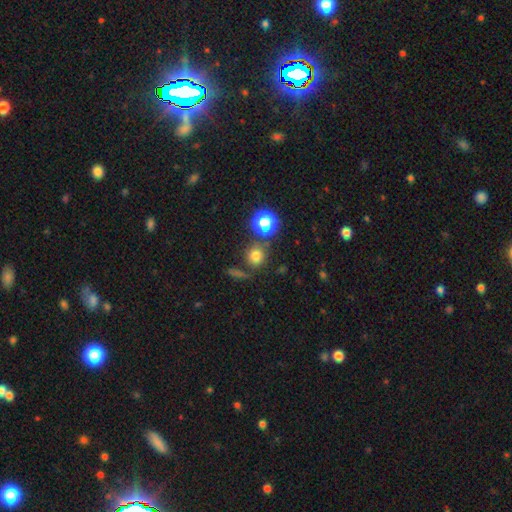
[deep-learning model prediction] smooth-or-featured: smooth: 73% | star or artifact: 19% | featured or disk: 8%
  how-rounded: round: 87% | in between: 12% | cigar-shaped: 1%
  merging: none: 77% | minor disturbance: 10% | merger: 9% | major disturbance: 4%